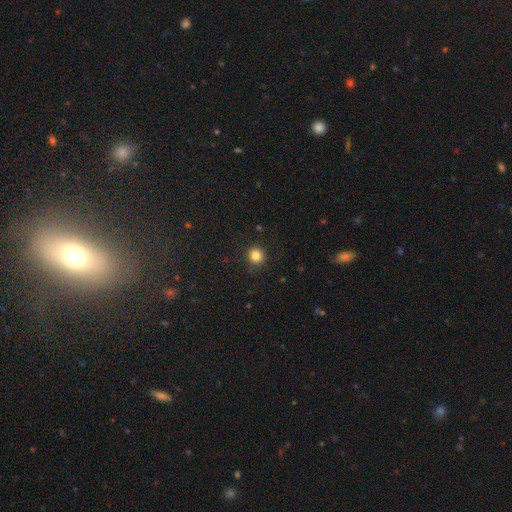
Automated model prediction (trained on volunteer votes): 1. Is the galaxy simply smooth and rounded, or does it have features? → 84% smooth, 11% star or artifact, 4% featured or disk.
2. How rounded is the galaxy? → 93% round, 6% in between, 1% cigar-shaped.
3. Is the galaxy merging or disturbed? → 91% none, 6% minor disturbance, 2% major disturbance, 1% merger.